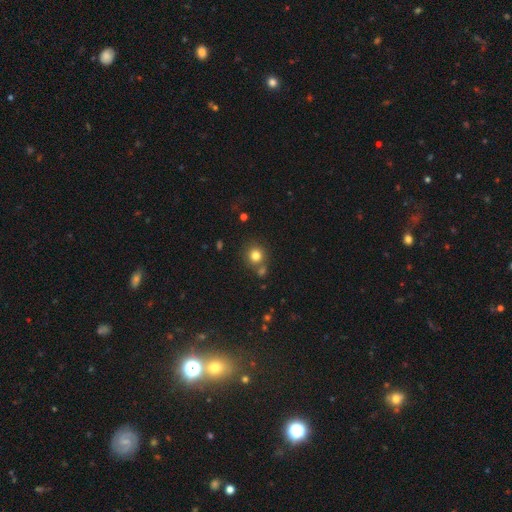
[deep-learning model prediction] Overall: smooth (80%). How rounded: round (89%). Merging: none (71%).